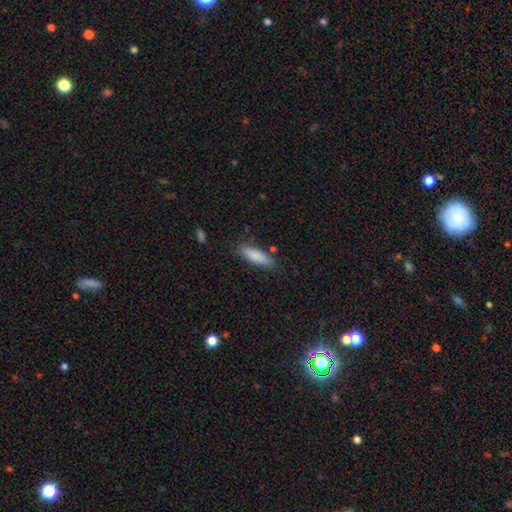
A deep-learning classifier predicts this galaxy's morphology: The model was most divided on "how rounded": cigar-shaped: 52%, in between: 46%, round: 2%. More confident: smooth or featured — smooth (85%); merging — none (81%).